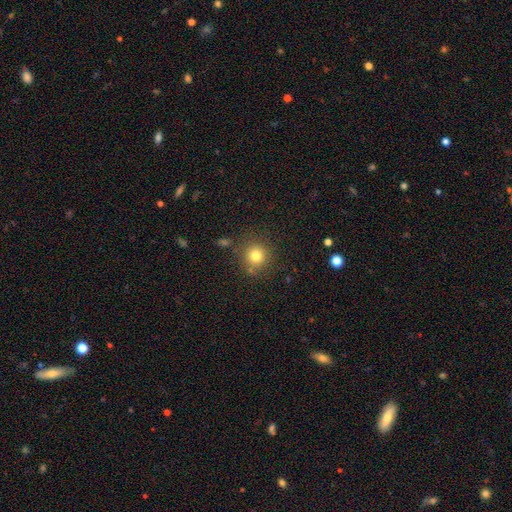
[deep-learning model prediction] Overall: smooth (79%). How rounded: round (93%). Merging: none (82%).